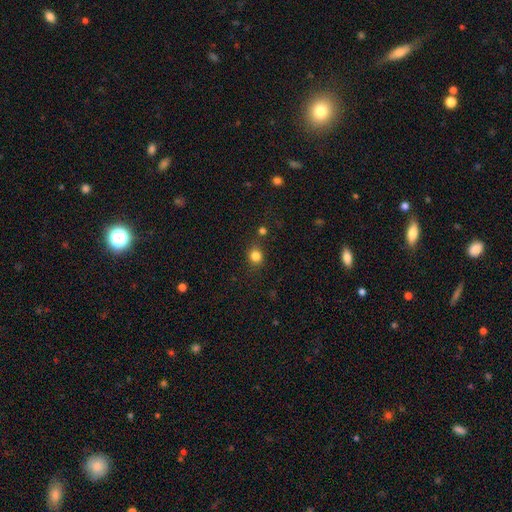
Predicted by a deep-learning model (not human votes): Smooth or featured?
  - smooth: 82% *
  - star or artifact: 13%
  - featured or disk: 5%
How rounded?
  - round: 78% *
  - in between: 21%
  - cigar-shaped: 1%
Merging?
  - none: 79% *
  - minor disturbance: 11%
  - merger: 6%
  - major disturbance: 4%